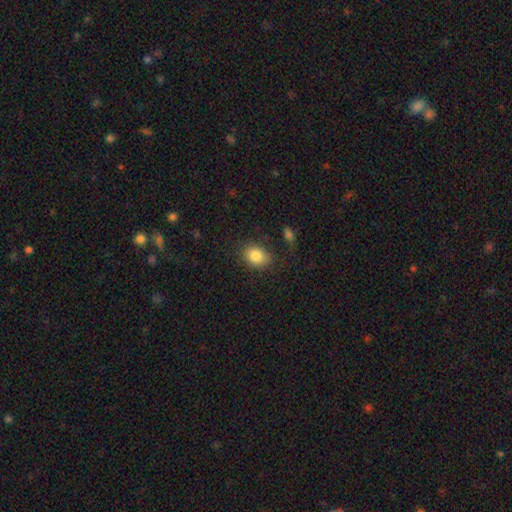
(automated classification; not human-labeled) Smooth or featured: smooth — 84% (star or artifact — 9%)
How rounded: in between — 62% (round — 37%)
Merging: none — 80% (minor disturbance — 14%)